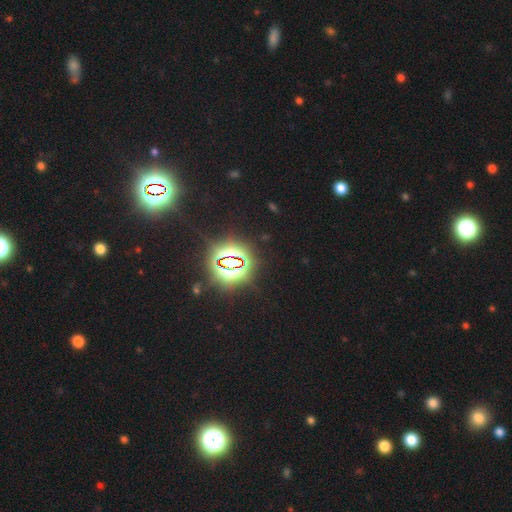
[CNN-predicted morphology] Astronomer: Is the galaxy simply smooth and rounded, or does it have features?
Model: star or artifact — 81%.